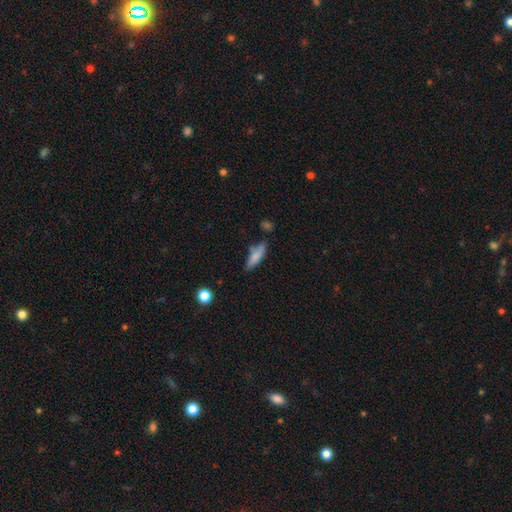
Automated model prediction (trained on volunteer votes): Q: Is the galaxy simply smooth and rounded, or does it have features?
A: smooth — 75%.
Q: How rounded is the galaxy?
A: cigar-shaped — 52%.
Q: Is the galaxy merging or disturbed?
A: none — 61%.